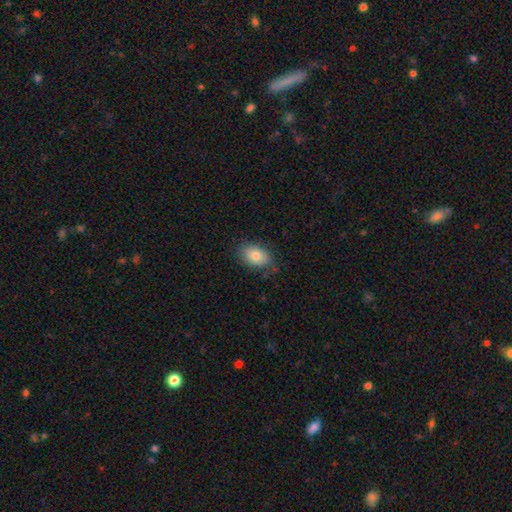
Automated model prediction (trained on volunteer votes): Q: Smooth or featured?
A: smooth (81%); runner-up: featured or disk (11%)
Q: How rounded?
A: in between (84%); runner-up: round (15%)
Q: Merging?
A: none (80%); runner-up: minor disturbance (16%)